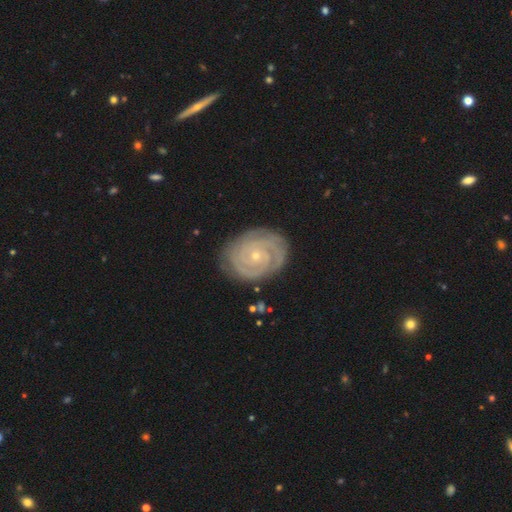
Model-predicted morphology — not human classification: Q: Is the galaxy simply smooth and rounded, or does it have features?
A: featured or disk — 89%.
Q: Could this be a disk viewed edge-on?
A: no — 97%.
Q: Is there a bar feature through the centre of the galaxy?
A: no — 78%.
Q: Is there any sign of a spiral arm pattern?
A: yes — 98%.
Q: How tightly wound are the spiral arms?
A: tight — 86%.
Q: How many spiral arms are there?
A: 2 — 47%.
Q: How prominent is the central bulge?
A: small — 79%.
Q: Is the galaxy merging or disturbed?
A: none — 83%.